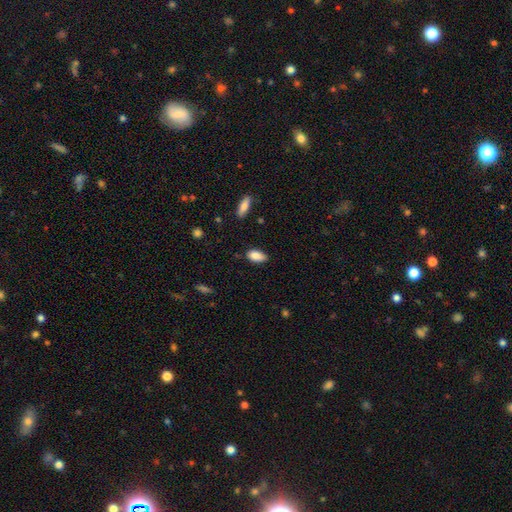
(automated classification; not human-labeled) The model was most divided on "merging": none: 79%, minor disturbance: 16%, major disturbance: 3%, merger: 2%. More confident: how rounded — in between (91%); smooth or featured — smooth (86%).